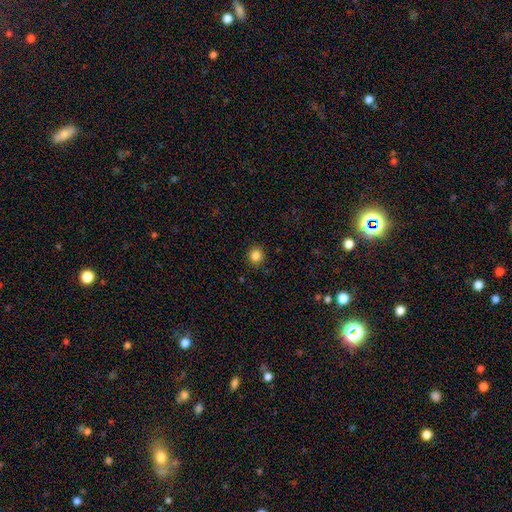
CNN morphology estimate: A smooth galaxy with no disk features (85%) that is round (88%).

Vote fractions:
- Smooth or featured? smooth: 85% / star or artifact: 11% / featured or disk: 4%
- How rounded? round: 88% / in between: 11% / cigar-shaped: 1%
- Merging? none: 91% / minor disturbance: 6% / major disturbance: 2% / merger: 1%